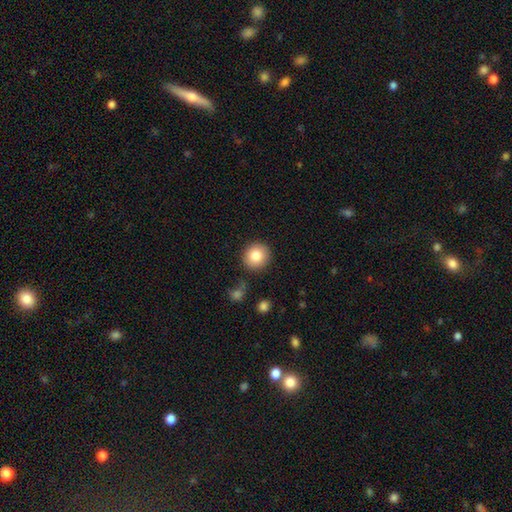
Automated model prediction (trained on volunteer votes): Smooth or featured? Predicted: smooth (p=0.82). How rounded? Predicted: round (p=0.93). Merging? Predicted: none (p=0.87).